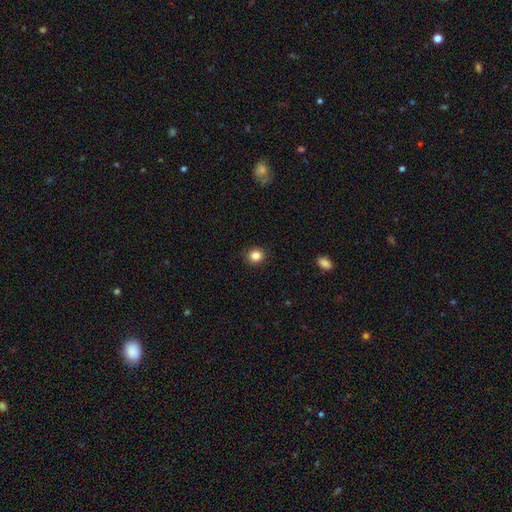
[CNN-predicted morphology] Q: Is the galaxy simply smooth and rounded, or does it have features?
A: smooth — 85%.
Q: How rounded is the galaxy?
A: round — 83%.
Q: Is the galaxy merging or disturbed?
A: none — 91%.